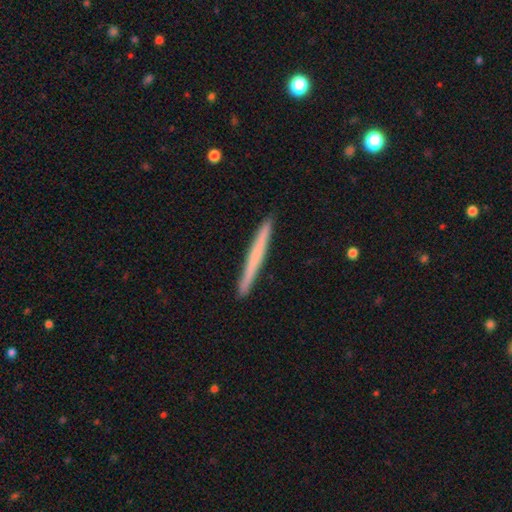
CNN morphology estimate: The model was most divided on "smooth or featured": smooth: 56%, featured or disk: 39%, star or artifact: 6%. More confident: how rounded — cigar-shaped (97%); merging — none (93%).